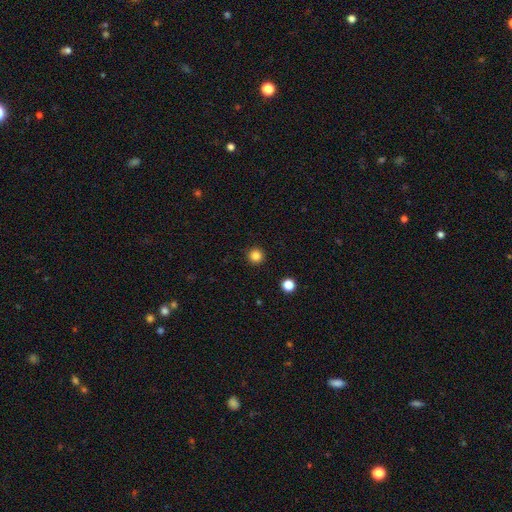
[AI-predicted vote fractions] Smooth or featured: smooth — 84% (star or artifact — 12%)
How rounded: round — 96% (in between — 3%)
Merging: none — 93% (minor disturbance — 4%)